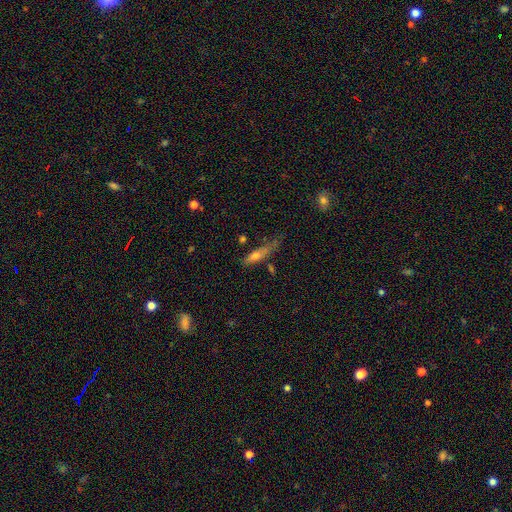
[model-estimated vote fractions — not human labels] Smooth or featured?
  - smooth: 58% *
  - featured or disk: 32%
  - star or artifact: 10%
How rounded?
  - cigar-shaped: 75% *
  - in between: 22%
  - round: 3%
Merging?
  - none: 47% *
  - minor disturbance: 30%
  - major disturbance: 16%
  - merger: 7%